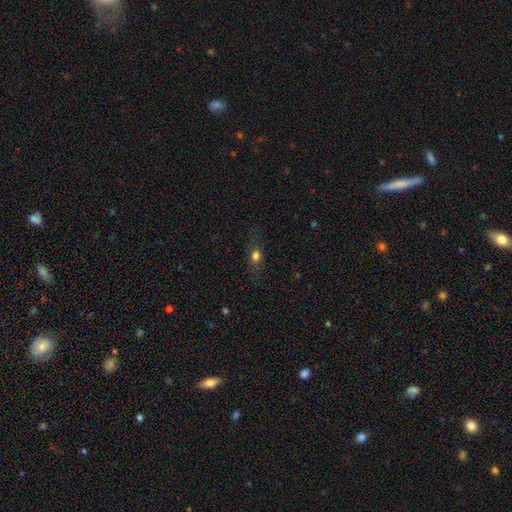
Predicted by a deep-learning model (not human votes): A smooth galaxy with no disk features (66%) that is in between round and cigar-shaped (54%). Merging: none (76%).